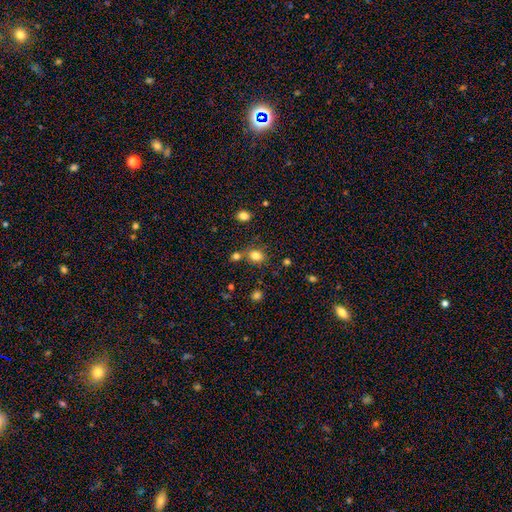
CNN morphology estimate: Smooth or featured? smooth (81%)
How rounded? round (54%)
Merging? none (68%)